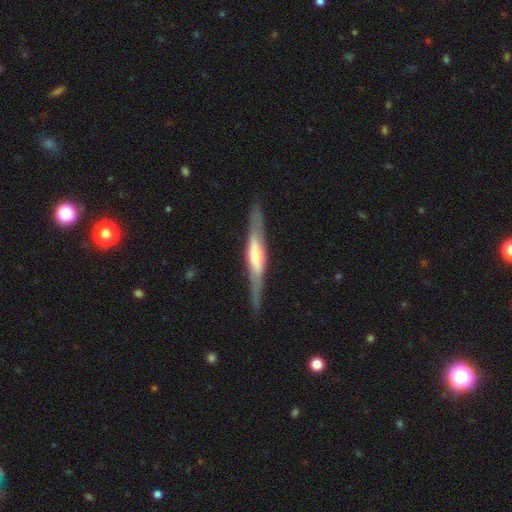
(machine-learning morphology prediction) Q: Smooth or featured?
A: featured or disk (65%); runner-up: smooth (30%)
Q: Edge-on disk?
A: yes (91%); runner-up: no (9%)
Q: Edge-on bulge?
A: rounded (63%); runner-up: boxy (21%)
Q: Merging?
A: none (82%); runner-up: minor disturbance (13%)